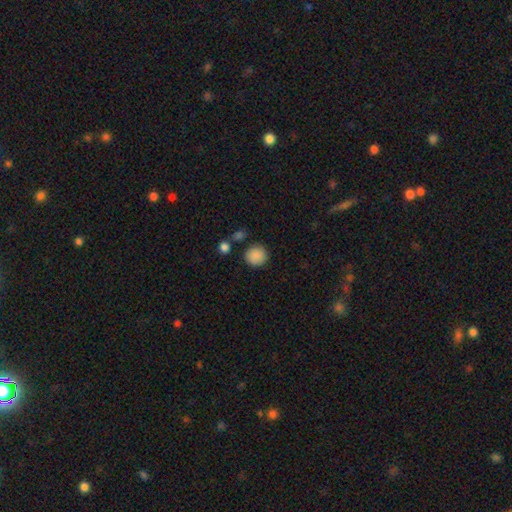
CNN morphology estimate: A smooth galaxy with no disk features (88%) that is round (90%).

Vote fractions:
- Smooth or featured? smooth: 88% / star or artifact: 9% / featured or disk: 3%
- How rounded? round: 90% / in between: 9% / cigar-shaped: 1%
- Merging? none: 84% / minor disturbance: 9% / merger: 5% / major disturbance: 3%